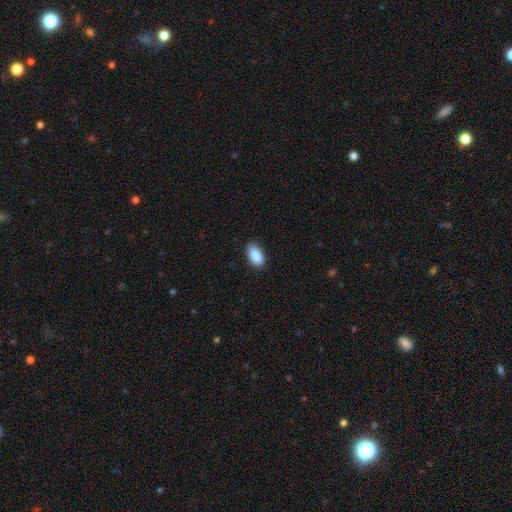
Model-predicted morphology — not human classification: This is clearly a smooth galaxy (89%). How rounded: clearly in between (93%). Merging: clearly none (87%).